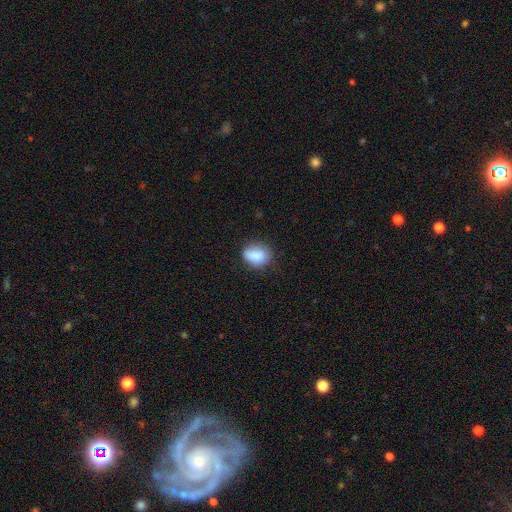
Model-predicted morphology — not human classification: This appears to be a smooth galaxy with no disk features (86%) that is in between round and cigar-shaped (65%). Merging: none (70%).